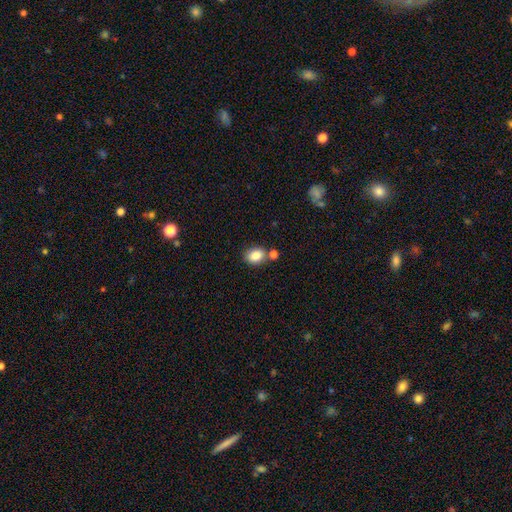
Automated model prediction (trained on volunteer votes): The model was most divided on "how rounded": in between: 59%, round: 40%, cigar-shaped: 1%. More confident: smooth or featured — smooth (84%); merging — none (68%).